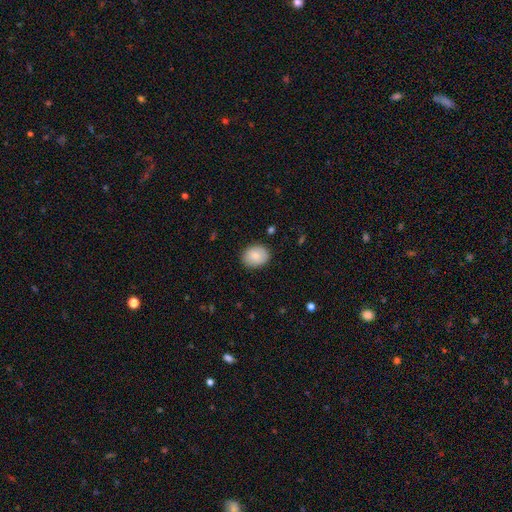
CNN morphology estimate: smooth 84%, featured or disk 9%, star or artifact 7%. Down the decision tree: how rounded — round (55%); merging — none (87%).